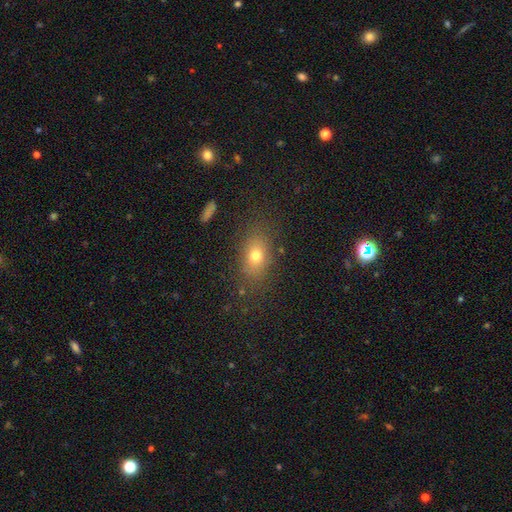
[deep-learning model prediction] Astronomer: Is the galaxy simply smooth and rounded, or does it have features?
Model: smooth — 73%.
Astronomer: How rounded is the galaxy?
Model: in between — 76%.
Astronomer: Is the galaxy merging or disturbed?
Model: none — 79%.